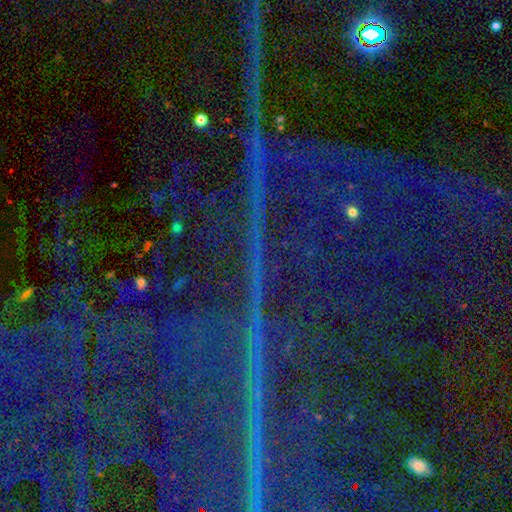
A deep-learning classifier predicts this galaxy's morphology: Smooth or featured? Predicted: star or artifact (p=0.88).